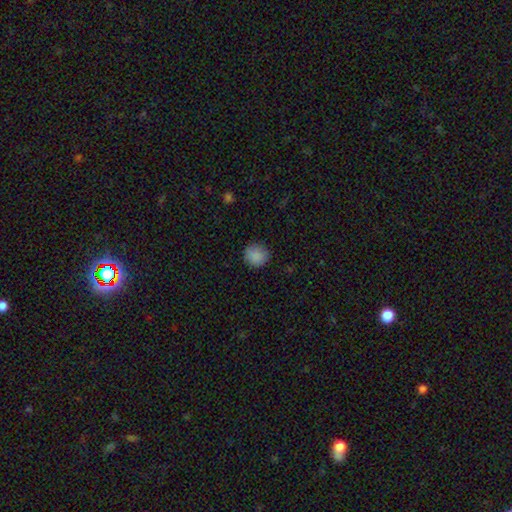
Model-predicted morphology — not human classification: Q: Smooth or featured?
A: smooth (88%); runner-up: star or artifact (8%)
Q: How rounded?
A: round (87%); runner-up: in between (12%)
Q: Merging?
A: none (86%); runner-up: minor disturbance (11%)